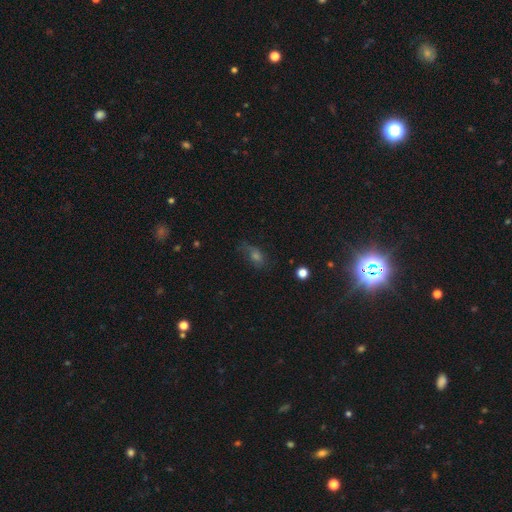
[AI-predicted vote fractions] Smooth or featured?
  - smooth: 46% *
  - star or artifact: 32%
  - featured or disk: 22%
Merging?
  - none: 58% *
  - minor disturbance: 24%
  - major disturbance: 16%
  - merger: 3%